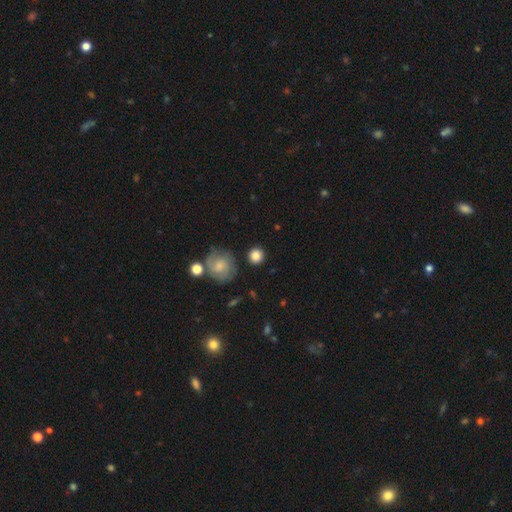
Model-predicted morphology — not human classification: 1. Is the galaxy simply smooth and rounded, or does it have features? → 84% smooth, 8% star or artifact, 8% featured or disk.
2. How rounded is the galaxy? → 91% round, 8% in between, 1% cigar-shaped.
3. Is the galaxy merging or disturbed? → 84% none, 9% minor disturbance, 3% major disturbance, 3% merger.